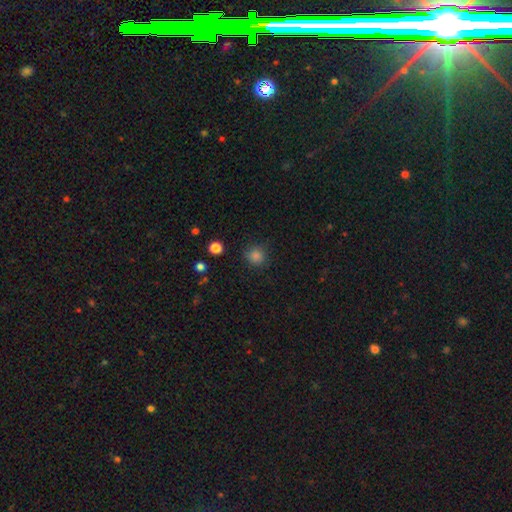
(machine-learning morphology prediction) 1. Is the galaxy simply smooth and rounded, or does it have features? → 83% smooth, 13% star or artifact, 3% featured or disk.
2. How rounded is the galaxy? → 92% round, 7% in between, 1% cigar-shaped.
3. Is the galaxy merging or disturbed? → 86% none, 10% minor disturbance, 3% major disturbance, 1% merger.